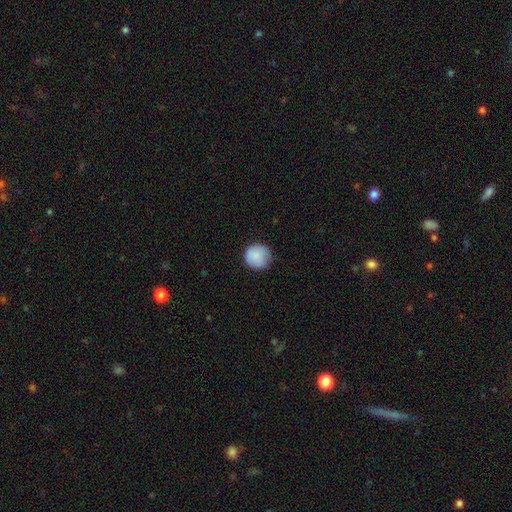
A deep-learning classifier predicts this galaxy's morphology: A smooth galaxy with no disk features (87%) that is round (92%).

Vote fractions:
- Smooth or featured? smooth: 87% / star or artifact: 7% / featured or disk: 6%
- How rounded? round: 92% / in between: 7% / cigar-shaped: 1%
- Merging? none: 79% / minor disturbance: 17% / major disturbance: 3% / merger: 1%